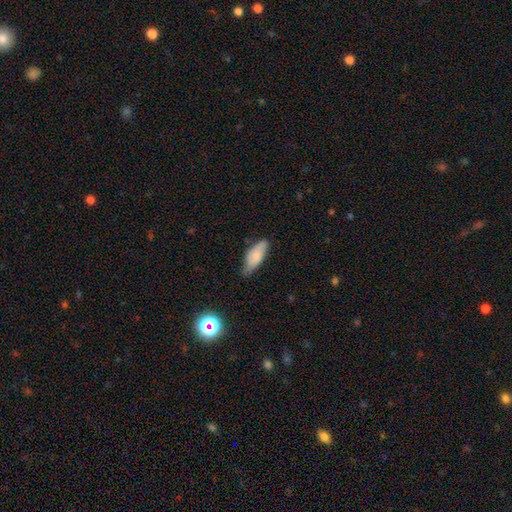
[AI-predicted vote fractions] smooth-or-featured: smooth: 80% | featured or disk: 14% | star or artifact: 7%
  how-rounded: in between: 78% | cigar-shaped: 20% | round: 2%
  merging: none: 60% | minor disturbance: 33% | major disturbance: 5% | merger: 2%